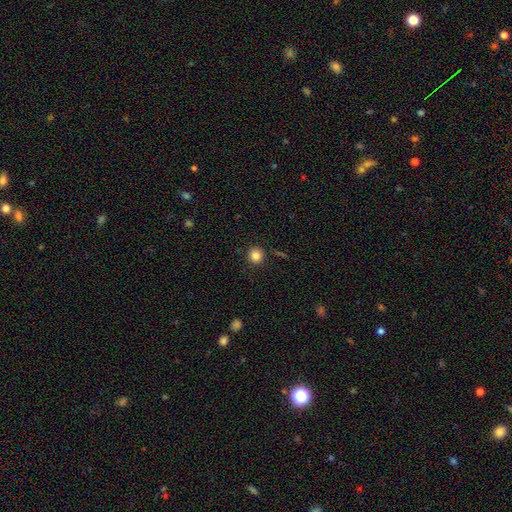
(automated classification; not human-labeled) This appears to be a smooth galaxy with no disk features (84%) that is round (93%). Merging: none (90%).